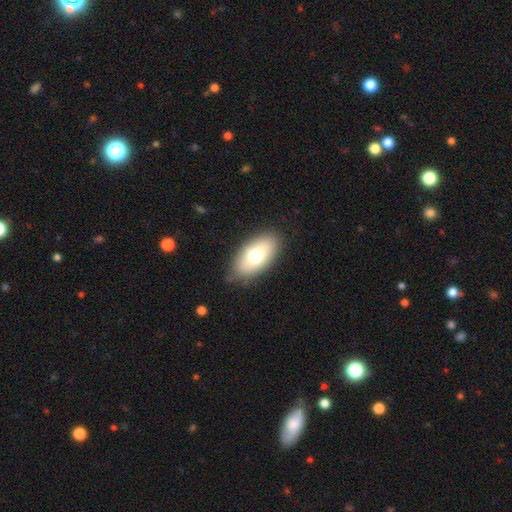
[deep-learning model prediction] The model was most divided on "smooth or featured": smooth: 71%, featured or disk: 22%, star or artifact: 8%. More confident: how rounded — in between (92%); merging — none (83%).